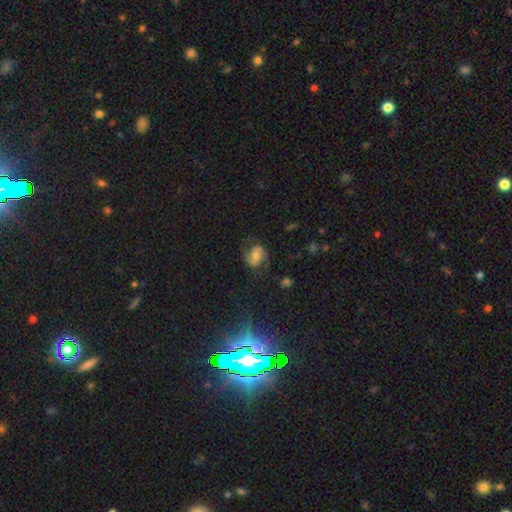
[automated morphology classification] Smooth or featured?
  - featured or disk: 65% *
  - smooth: 24%
  - star or artifact: 10%
Edge-on disk?
  - no: 97% *
  - yes: 3%
Bar?
  - weak: 41% *
  - no: 40%
  - strong: 18%
Spiral arms?
  - yes: 91% *
  - no: 9%
Spiral winding?
  - medium: 51% *
  - loose: 28%
  - tight: 21%
Spiral arm count?
  - 2: 89% *
  - can't tell: 5%
  - 1: 2%
  - 3: 1%
  - 4: 1%
  - more than 4: 1%
Bulge size?
  - moderate: 51% *
  - small: 29%
  - large: 12%
  - none: 6%
  - dominant: 2%
Merging?
  - none: 70% *
  - minor disturbance: 17%
  - major disturbance: 11%
  - merger: 2%